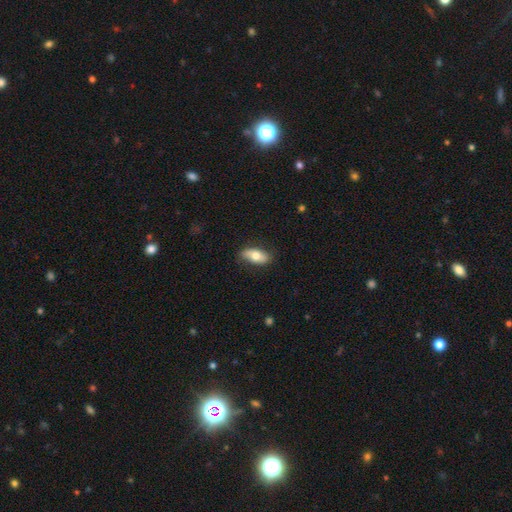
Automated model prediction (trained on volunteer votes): Smooth or featured: smooth — 71% (featured or disk — 23%)
How rounded: in between — 86% (cigar-shaped — 10%)
Merging: none — 79% (minor disturbance — 16%)